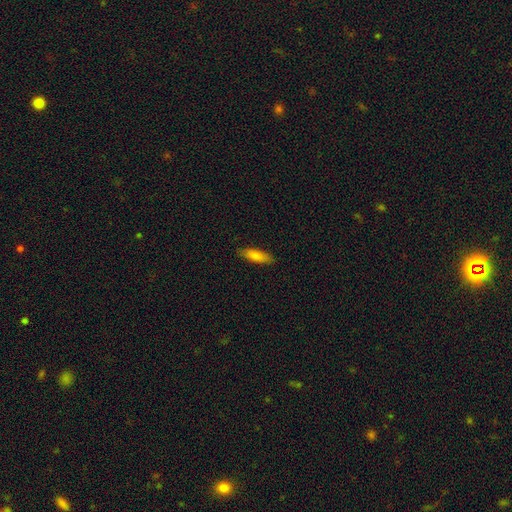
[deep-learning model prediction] Smooth or featured? smooth (84%)
How rounded? in between (51%)
Merging? none (85%)